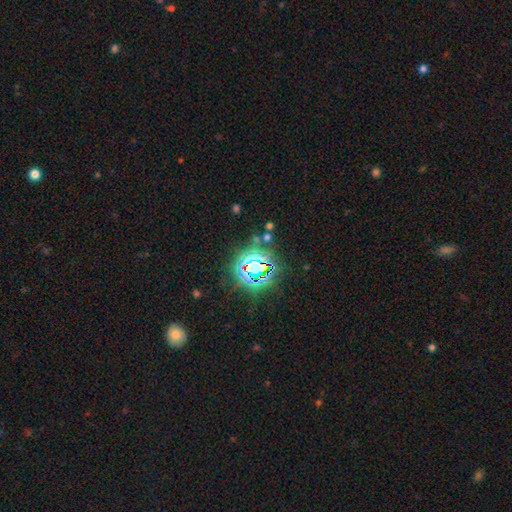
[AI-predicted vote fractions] smooth_or_featured: star or artifact (p=0.80) [alt: smooth p=0.12]